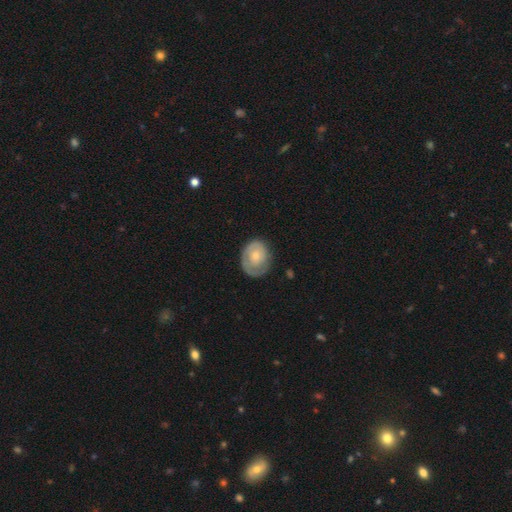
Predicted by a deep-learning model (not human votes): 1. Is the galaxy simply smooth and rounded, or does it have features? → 49% smooth, 46% featured or disk, 5% star or artifact.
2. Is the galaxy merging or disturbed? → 65% none, 24% minor disturbance, 10% major disturbance, 2% merger.